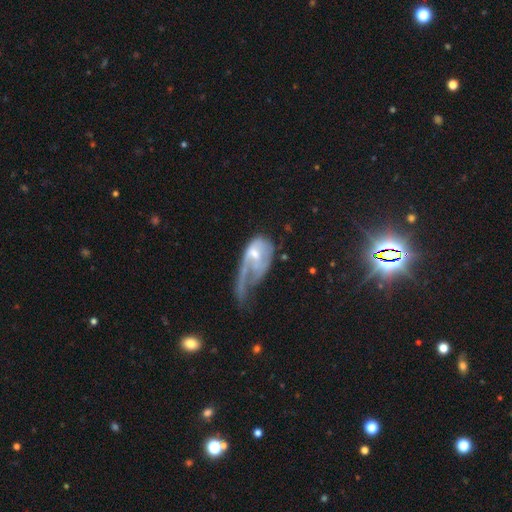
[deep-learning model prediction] Smooth or featured: featured or disk — 64% (smooth — 29%)
Edge-on disk: no — 94% (yes — 6%)
Bar: no — 56% (weak — 35%)
Spiral arms: yes — 64% (no — 36%)
Bulge size: moderate — 47% (small — 41%)
Merging: major disturbance — 62% (minor disturbance — 16%)